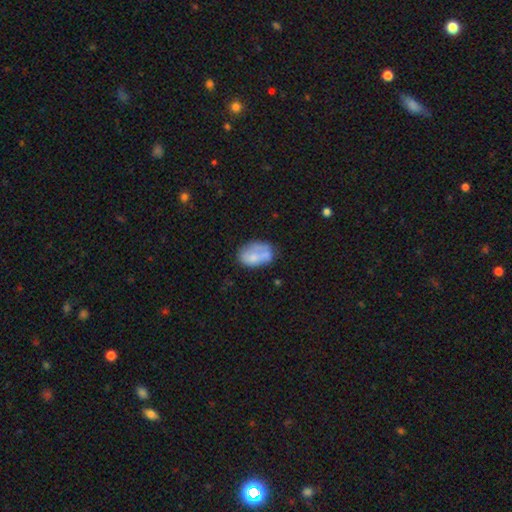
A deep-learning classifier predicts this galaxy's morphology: Smooth or featured?
  - smooth: 64% *
  - featured or disk: 28%
  - star or artifact: 8%
How rounded?
  - in between: 84% *
  - round: 14%
  - cigar-shaped: 1%
Merging?
  - none: 44% *
  - minor disturbance: 28%
  - major disturbance: 14%
  - merger: 14%